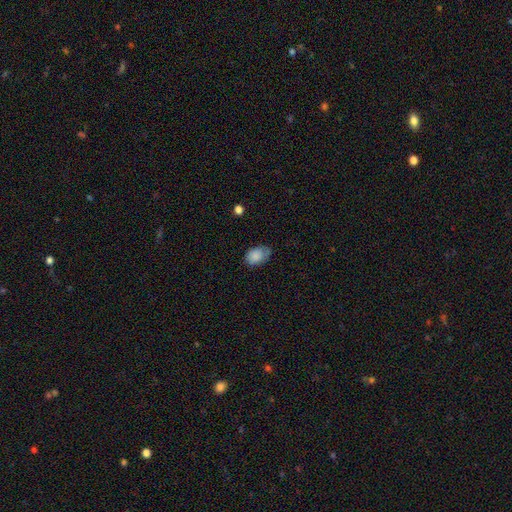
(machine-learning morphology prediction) This is clearly a smooth galaxy (80%). How rounded: clearly in between (82%). Merging: possibly none (57%).